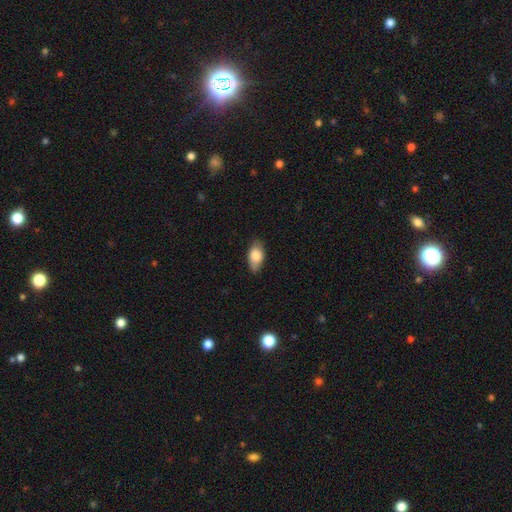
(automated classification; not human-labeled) Smooth or featured? Predicted: smooth (p=0.81). How rounded? Predicted: in between (p=0.90). Merging? Predicted: none (p=0.74).